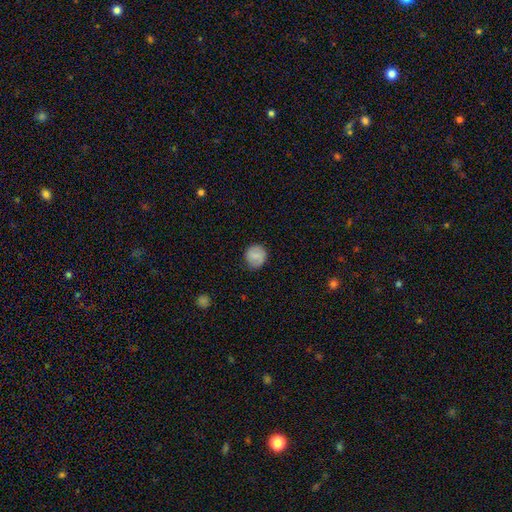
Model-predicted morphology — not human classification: smooth_or_featured: smooth (p=0.75) [alt: featured or disk p=0.18]
how_rounded: round (p=0.87) [alt: in between p=0.12]
merging: none (p=0.85) [alt: minor disturbance p=0.11]